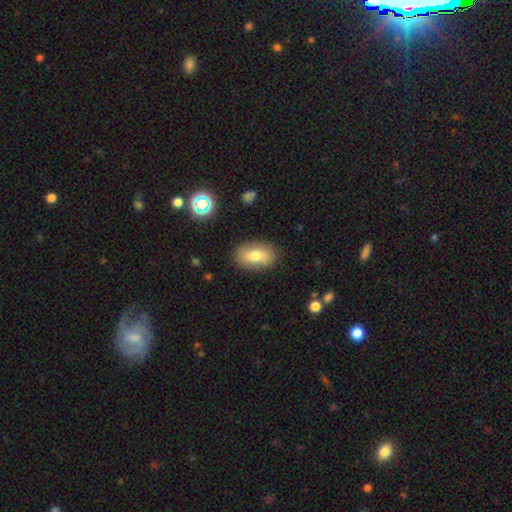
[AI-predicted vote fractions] Smooth or featured: smooth — 72% (featured or disk — 19%)
How rounded: in between — 88% (round — 10%)
Merging: none — 85% (minor disturbance — 11%)